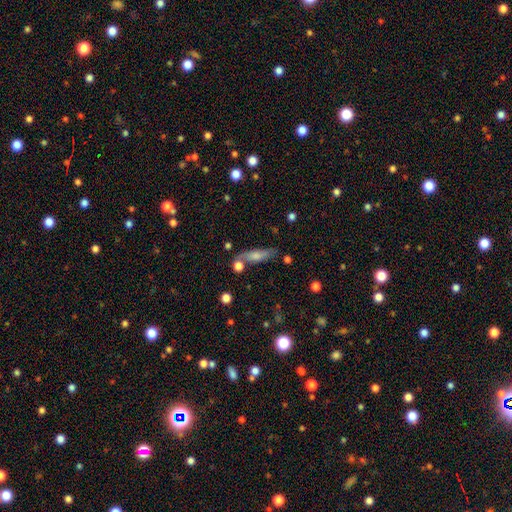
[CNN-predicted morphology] smooth 61%, featured or disk 31%, star or artifact 8%. Down the decision tree: how rounded — cigar-shaped (58%); merging — none (63%).